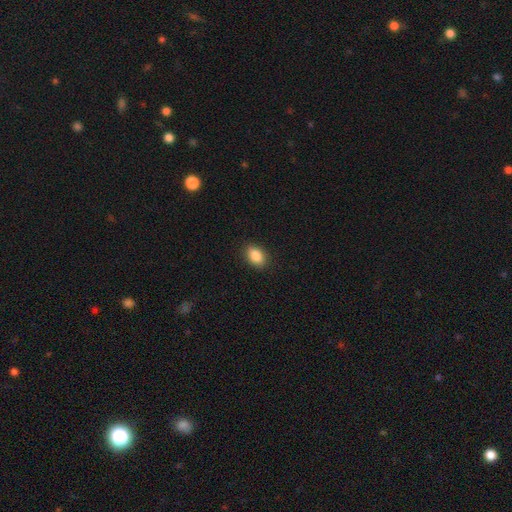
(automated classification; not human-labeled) smooth_or_featured: smooth (p=0.87) [alt: star or artifact p=0.08]
how_rounded: in between (p=0.83) [alt: round p=0.16]
merging: none (p=0.89) [alt: minor disturbance p=0.08]